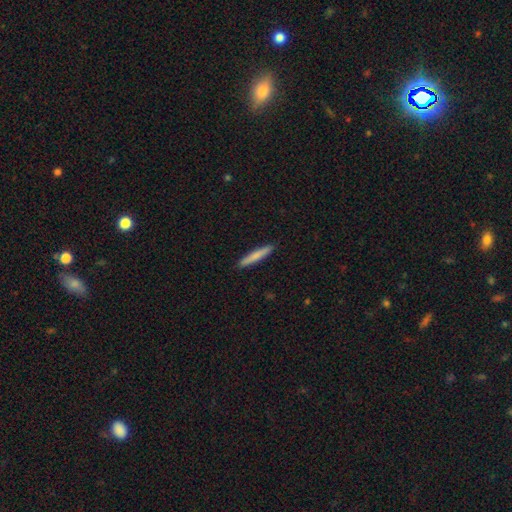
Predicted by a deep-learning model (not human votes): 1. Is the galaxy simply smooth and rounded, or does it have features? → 76% smooth, 18% featured or disk, 6% star or artifact.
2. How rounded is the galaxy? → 94% cigar-shaped, 4% in between, 1% round.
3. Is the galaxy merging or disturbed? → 92% none, 5% minor disturbance, 1% major disturbance, 1% merger.